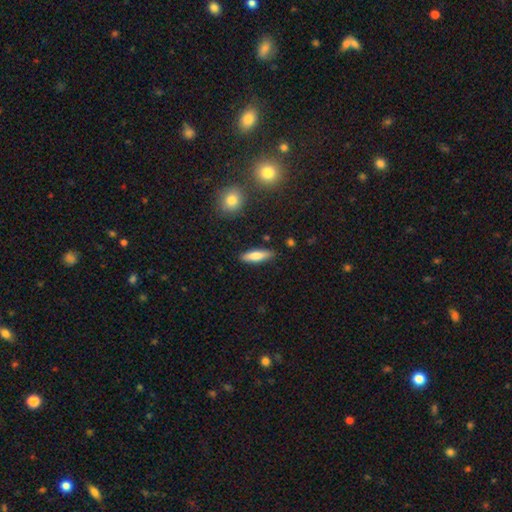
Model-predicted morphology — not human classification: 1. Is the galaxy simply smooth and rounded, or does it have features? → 75% smooth, 19% featured or disk, 7% star or artifact.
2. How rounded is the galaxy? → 60% cigar-shaped, 38% in between, 2% round.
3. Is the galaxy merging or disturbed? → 86% none, 9% minor disturbance, 2% major disturbance, 2% merger.